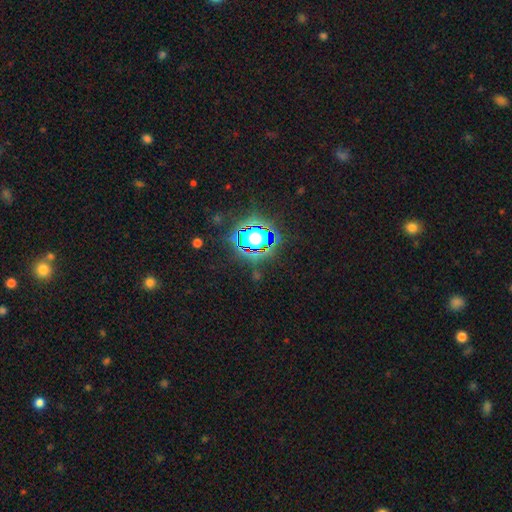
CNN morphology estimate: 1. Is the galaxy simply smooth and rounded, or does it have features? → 75% star or artifact, 16% smooth, 9% featured or disk.